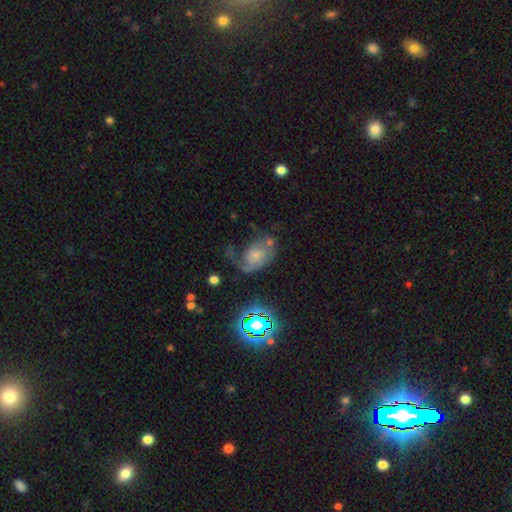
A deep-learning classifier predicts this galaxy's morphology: smooth_or_featured: featured or disk (p=0.61) [alt: smooth p=0.26]
disk_edge_on: no (p=0.97) [alt: yes p=0.03]
bar: no (p=0.73) [alt: weak p=0.23]
has_spiral_arms: yes (p=0.86) [alt: no p=0.14]
spiral_winding: medium (p=0.39) [alt: loose p=0.34]
spiral_arm_count: 1 (p=0.43) [alt: 2 p=0.38]
bulge_size: small (p=0.51) [alt: moderate p=0.26]
merging: major disturbance (p=0.36) [alt: none p=0.33]